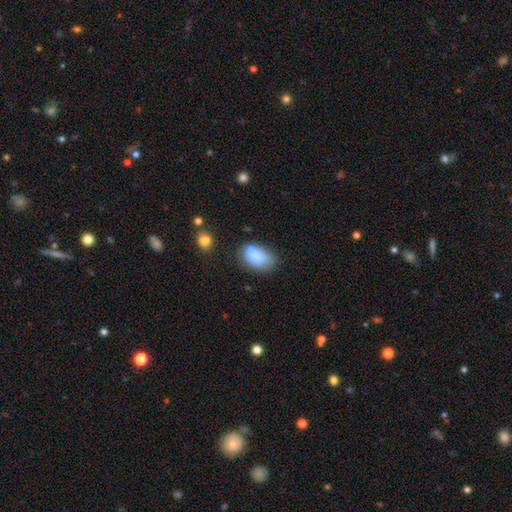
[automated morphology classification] This appears to be a smooth galaxy with no disk features (84%) that is in between round and cigar-shaped (90%). Merging: none (59%).